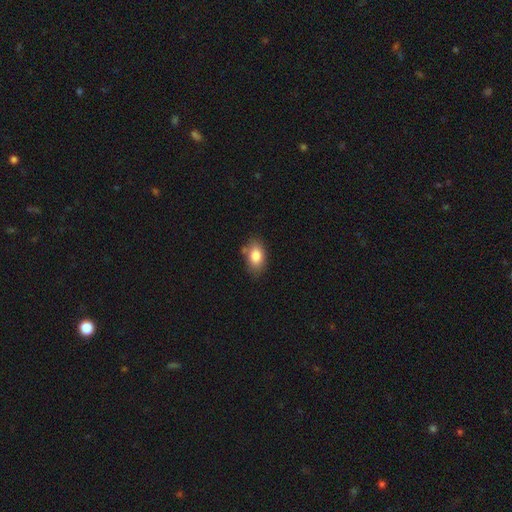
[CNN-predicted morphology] A smooth galaxy with no disk features (84%) that is in between round and cigar-shaped (88%). Merging: none (73%).